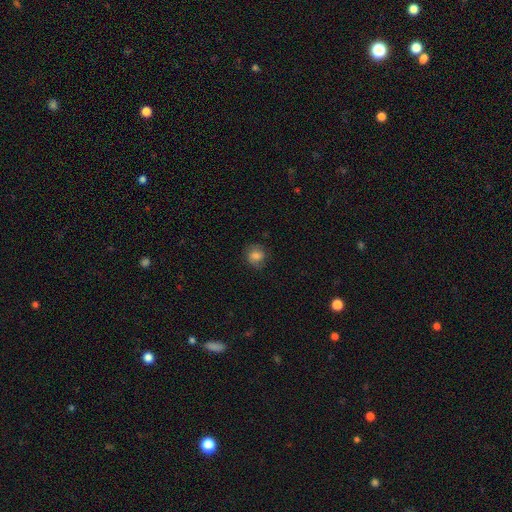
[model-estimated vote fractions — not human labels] A smooth galaxy with no disk features (76%) that is round (75%).

Vote fractions:
- Smooth or featured? smooth: 76% / featured or disk: 14% / star or artifact: 11%
- How rounded? round: 75% / in between: 24% / cigar-shaped: 1%
- Merging? none: 76% / minor disturbance: 17% / major disturbance: 6% / merger: 1%